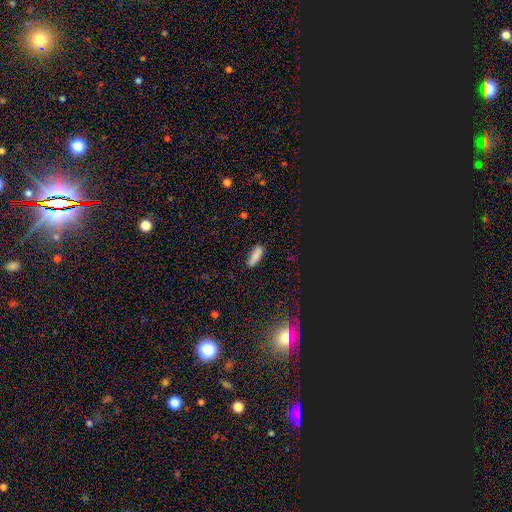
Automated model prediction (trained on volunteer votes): This appears to be a smooth galaxy with no disk features (85%) that is in between round and cigar-shaped (51%). Merging: none (86%).